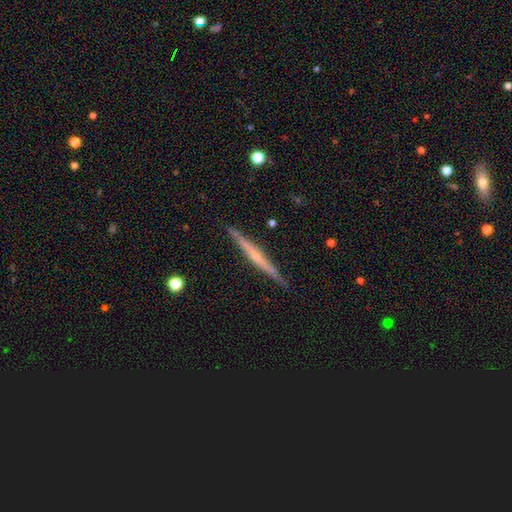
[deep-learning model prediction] Smooth or featured: featured or disk — 68% (smooth — 26%)
Edge-on disk: yes — 98% (no — 2%)
Edge-on bulge: none — 53% (rounded — 38%)
Merging: none — 90% (minor disturbance — 8%)